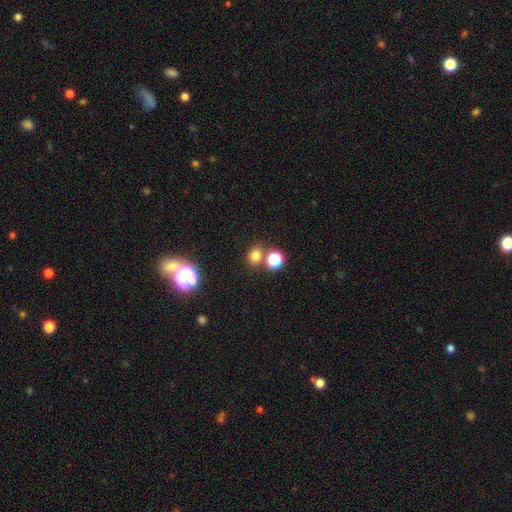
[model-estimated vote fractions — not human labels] A smooth galaxy with no disk features (73%) that is round (72%).

Vote fractions:
- Smooth or featured? smooth: 73% / star or artifact: 21% / featured or disk: 6%
- How rounded? round: 72% / in between: 27% / cigar-shaped: 1%
- Merging? none: 71% / merger: 18% / minor disturbance: 8% / major disturbance: 3%